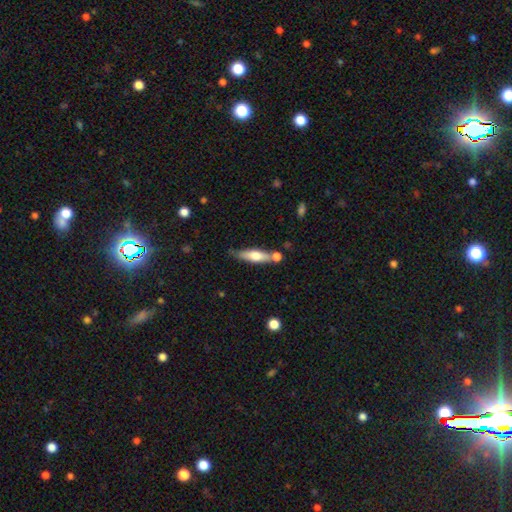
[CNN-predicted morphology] This appears to be a smooth galaxy with no disk features (55%) that is cigar-shaped (69%). Merging: none (61%).